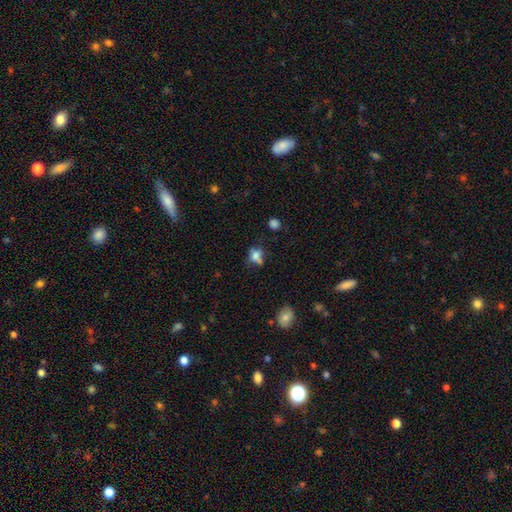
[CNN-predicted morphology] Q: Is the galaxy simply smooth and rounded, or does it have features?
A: smooth — 61%.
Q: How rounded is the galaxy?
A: in between — 51%.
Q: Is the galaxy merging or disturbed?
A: none — 49%.